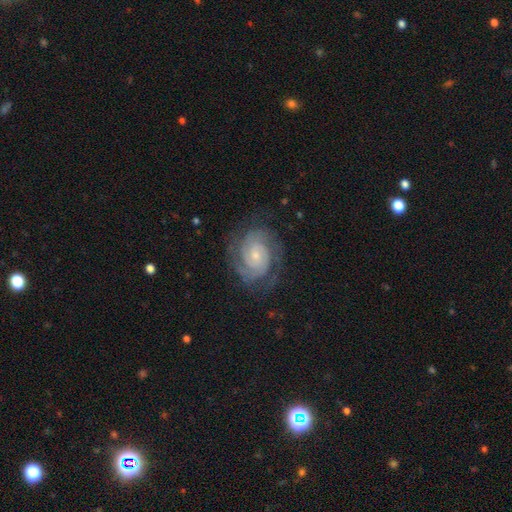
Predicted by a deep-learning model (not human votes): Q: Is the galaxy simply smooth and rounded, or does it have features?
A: featured or disk — 88%.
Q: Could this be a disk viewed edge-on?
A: no — 98%.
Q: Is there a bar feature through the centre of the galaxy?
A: no — 63%.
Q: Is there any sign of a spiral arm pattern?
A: yes — 98%.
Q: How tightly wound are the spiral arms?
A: tight — 71%.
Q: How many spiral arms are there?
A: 2 — 61%.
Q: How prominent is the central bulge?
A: small — 68%.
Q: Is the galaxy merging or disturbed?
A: none — 77%.